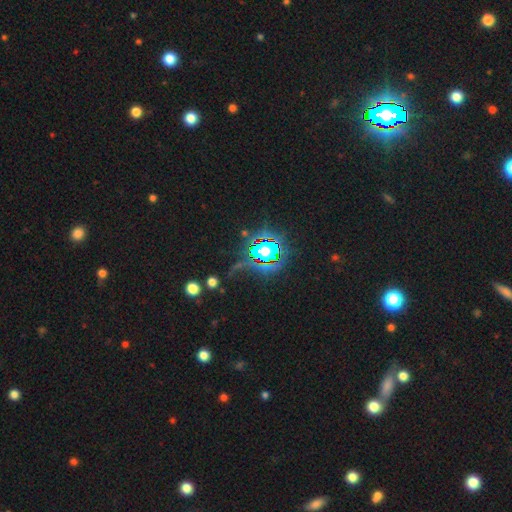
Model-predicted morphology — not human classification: A star or artifact, not a galaxy (84%).

Vote fractions:
- Smooth or featured? star or artifact: 84% / smooth: 10% / featured or disk: 7%